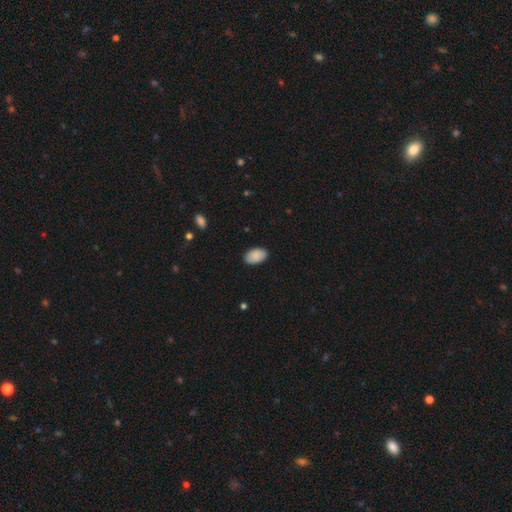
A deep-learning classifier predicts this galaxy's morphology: smooth_or_featured: smooth (p=0.90) [alt: star or artifact p=0.06]
how_rounded: in between (p=0.93) [alt: round p=0.06]
merging: none (p=0.88) [alt: minor disturbance p=0.09]